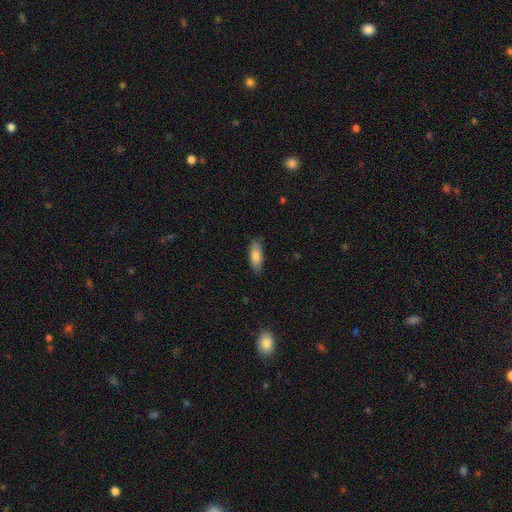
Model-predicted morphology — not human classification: The model was most divided on "how rounded": in between: 68%, cigar-shaped: 30%, round: 2%. More confident: smooth or featured — smooth (85%); merging — none (84%).